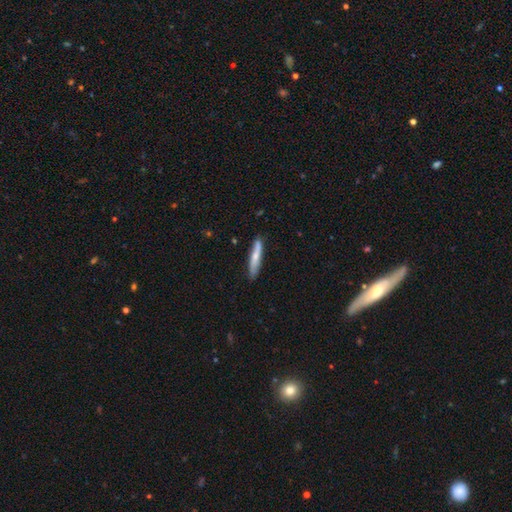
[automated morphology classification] Smooth or featured? smooth (64%)
How rounded? cigar-shaped (90%)
Merging? none (81%)